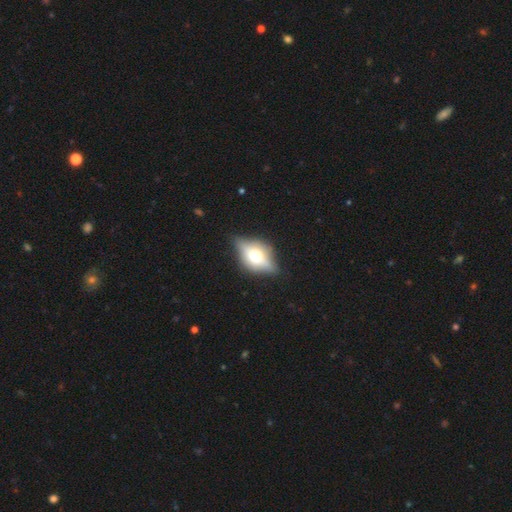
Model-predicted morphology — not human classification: featured or disk 52%, smooth 39%, star or artifact 10%. Down the decision tree: edge-on disk — yes (76%); merging — none (73%).